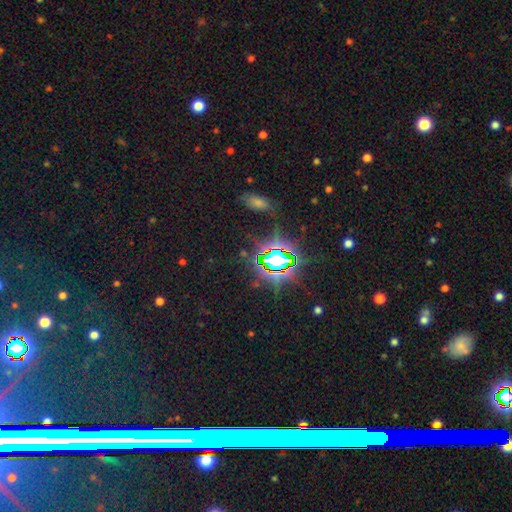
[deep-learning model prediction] This appears to be a star or artifact, not a galaxy (78%).